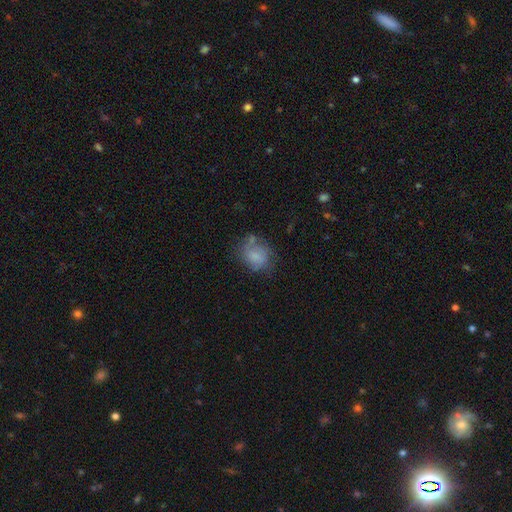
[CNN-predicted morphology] A smooth galaxy with no disk features (61%) that is round (54%). Merging: none (53%).